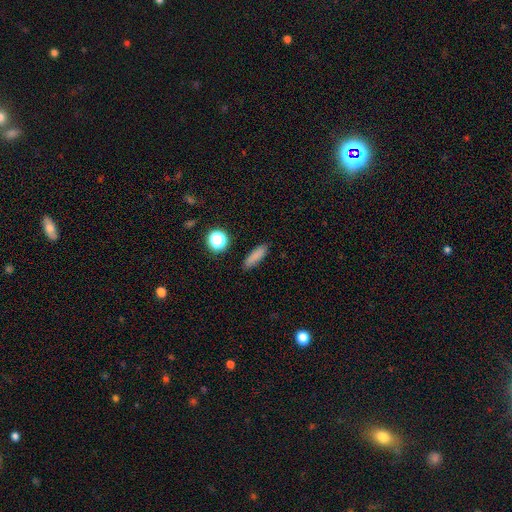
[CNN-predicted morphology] This appears to be a smooth galaxy with no disk features (81%) that is cigar-shaped (56%). Merging: none (86%).